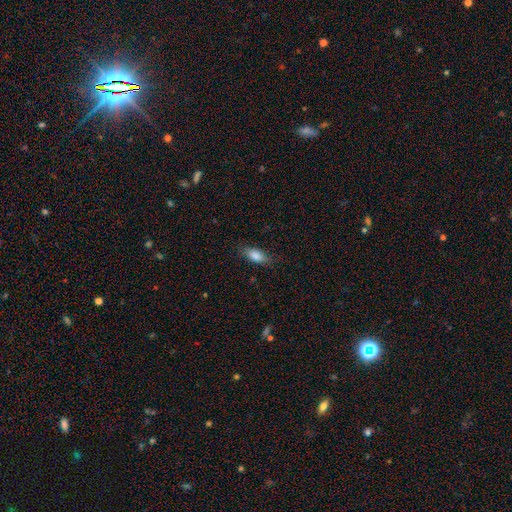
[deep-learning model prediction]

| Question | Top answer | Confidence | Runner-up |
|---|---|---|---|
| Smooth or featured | smooth | 84% | featured or disk (9%) |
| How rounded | in between | 80% | cigar-shaped (17%) |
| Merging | none | 81% | minor disturbance (15%) |